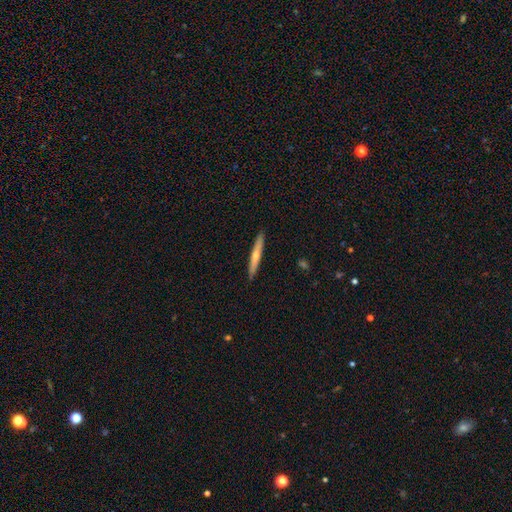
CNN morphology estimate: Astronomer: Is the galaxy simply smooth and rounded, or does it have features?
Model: smooth — 52% (runner-up: featured or disk, 43%).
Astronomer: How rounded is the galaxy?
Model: cigar-shaped — 95%.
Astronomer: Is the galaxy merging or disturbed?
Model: none — 91%.